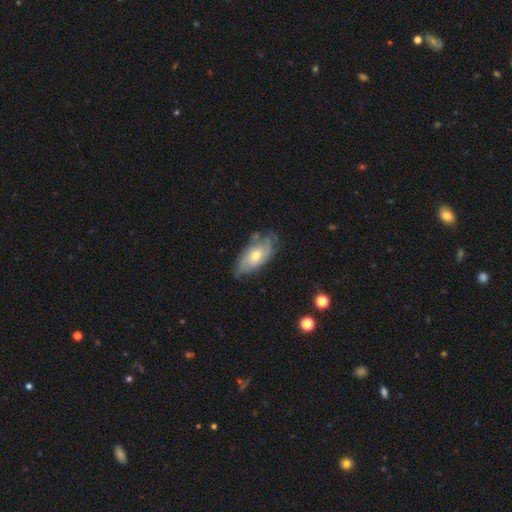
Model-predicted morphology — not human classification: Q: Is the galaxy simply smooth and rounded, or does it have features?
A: featured or disk — 55%.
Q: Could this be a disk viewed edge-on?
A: no — 85%.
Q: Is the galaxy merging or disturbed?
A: none — 60%.